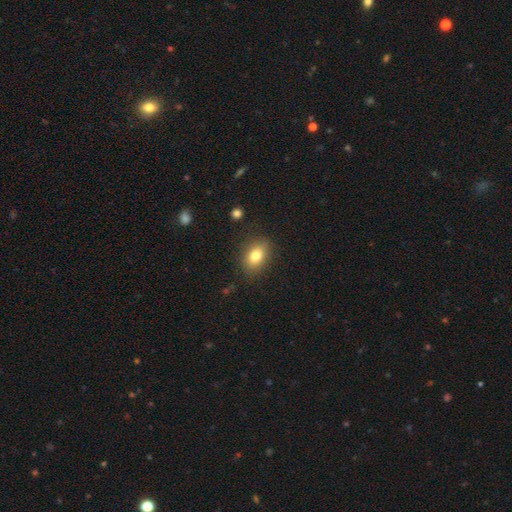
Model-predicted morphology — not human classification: smooth 79%, featured or disk 11%, star or artifact 10%. Down the decision tree: how rounded — in between (76%); merging — none (84%).